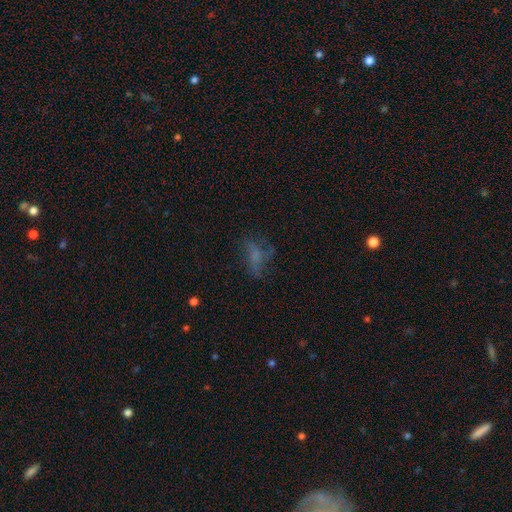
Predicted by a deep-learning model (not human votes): Morphology: type=smooth (43%); merging=none (48%).